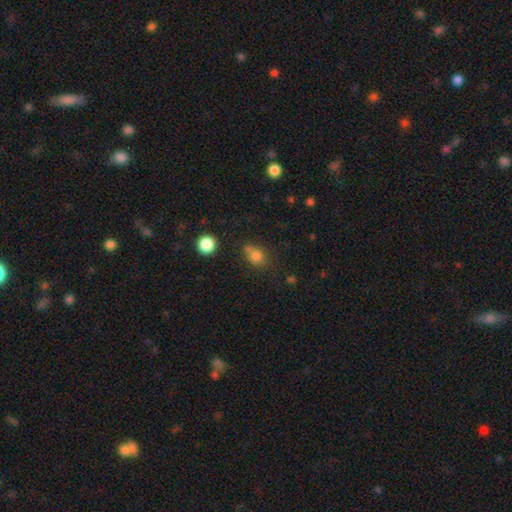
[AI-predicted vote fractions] This appears to be a smooth galaxy with no disk features (79%) that is round (71%). Merging: none (60%).